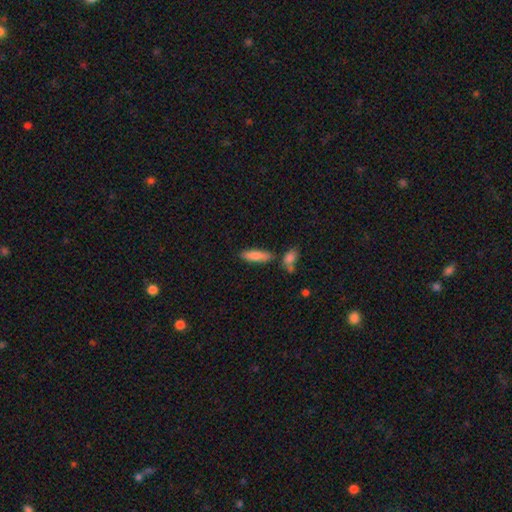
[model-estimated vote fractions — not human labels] A smooth galaxy with no disk features (83%) that is cigar-shaped (55%).

Vote fractions:
- Smooth or featured? smooth: 83% / featured or disk: 11% / star or artifact: 6%
- How rounded? cigar-shaped: 55% / in between: 43% / round: 2%
- Merging? none: 74% / minor disturbance: 13% / merger: 10% / major disturbance: 3%